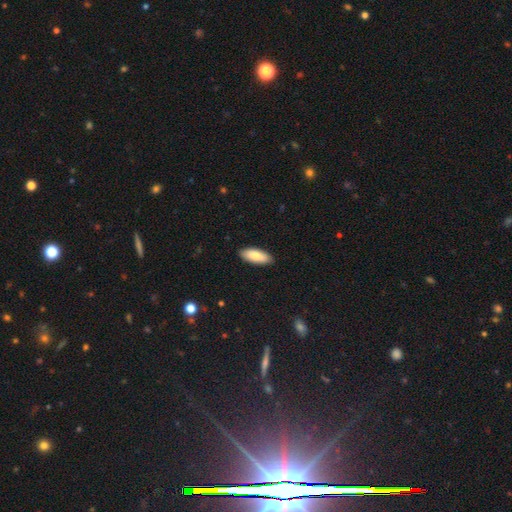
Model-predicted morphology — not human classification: This is clearly a smooth galaxy (82%). How rounded: clearly in between (80%). Merging: clearly none (89%).